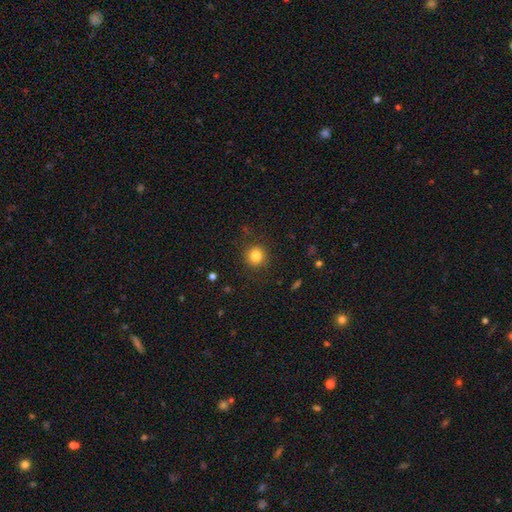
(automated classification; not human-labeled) This appears to be a smooth galaxy with no disk features (82%) that is round (92%). Merging: none (89%).